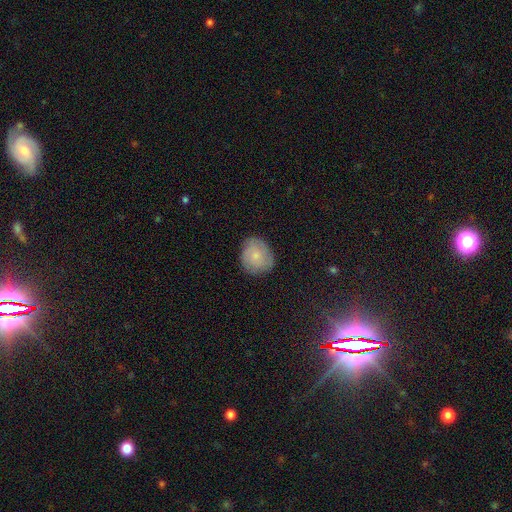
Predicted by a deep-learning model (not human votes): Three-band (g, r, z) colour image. It shows a smooth galaxy with no disk features (67%) that is round (73%). Merging: none (78%).